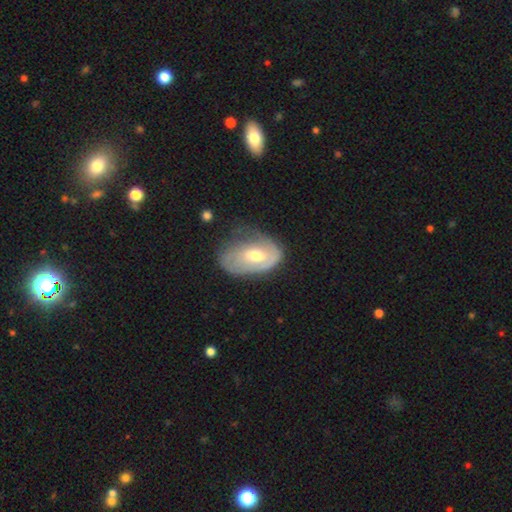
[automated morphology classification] This is possibly a featured or disk galaxy (59%). It is clearly not viewed edge-on (94%). Bar: likely no (61%). Spiral arm pattern: likely yes (64%). Central bulge: likely moderate (69%). Merging: marginally none (44%).